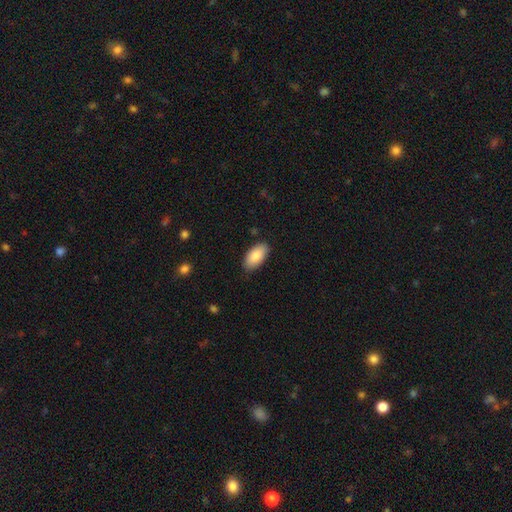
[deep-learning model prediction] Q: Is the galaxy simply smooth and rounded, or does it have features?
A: smooth — 86%.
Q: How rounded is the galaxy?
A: in between — 95%.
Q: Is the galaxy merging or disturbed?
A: none — 86%.